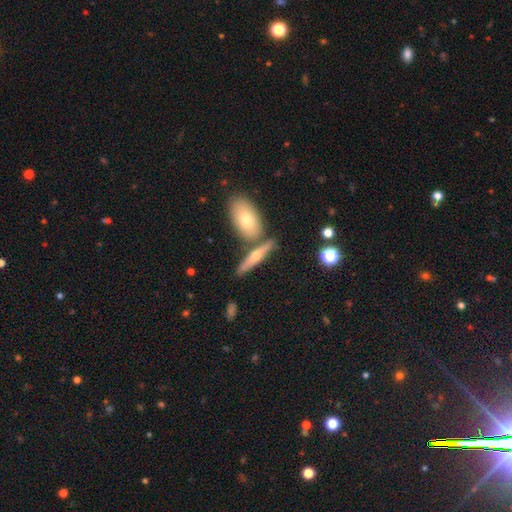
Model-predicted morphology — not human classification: Smooth or featured?
  - featured or disk: 53% *
  - smooth: 40%
  - star or artifact: 7%
Edge-on disk?
  - yes: 89% *
  - no: 11%
Merging?
  - none: 68% *
  - merger: 19%
  - minor disturbance: 10%
  - major disturbance: 3%